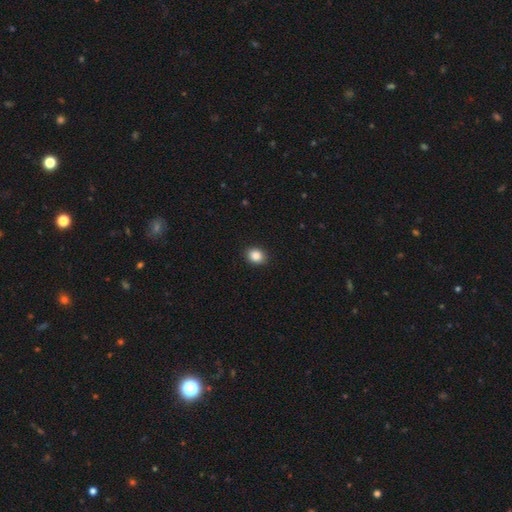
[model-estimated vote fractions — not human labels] Overall: smooth (87%). How rounded: round (53%; in between 46%). Merging: none (91%).